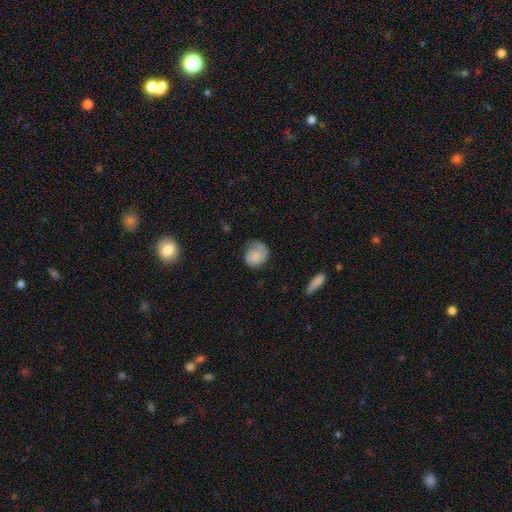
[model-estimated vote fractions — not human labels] A smooth galaxy with no disk features (62%) that is round (70%).

Vote fractions:
- Smooth or featured? smooth: 62% / featured or disk: 31% / star or artifact: 7%
- How rounded? round: 70% / in between: 29% / cigar-shaped: 1%
- Merging? none: 54% / minor disturbance: 28% / major disturbance: 16% / merger: 2%